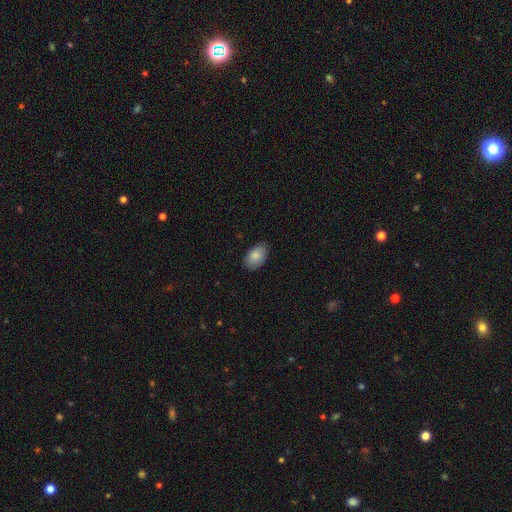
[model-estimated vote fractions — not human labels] Overall: smooth (86%). How rounded: in between (92%). Merging: none (82%).